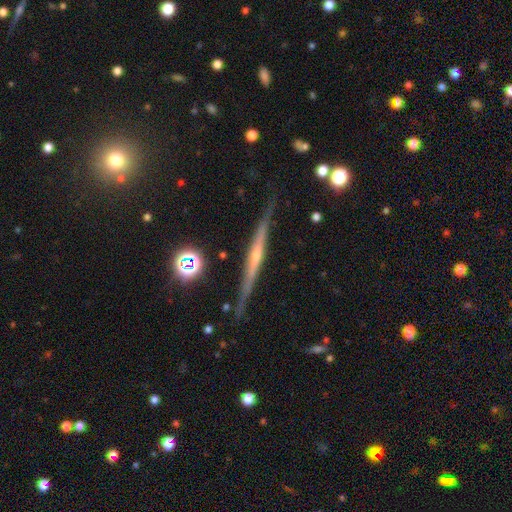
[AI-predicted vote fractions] Smooth or featured? featured or disk (76%)
Edge-on disk? yes (97%)
Edge-on bulge? rounded (55%)
Merging? none (82%)